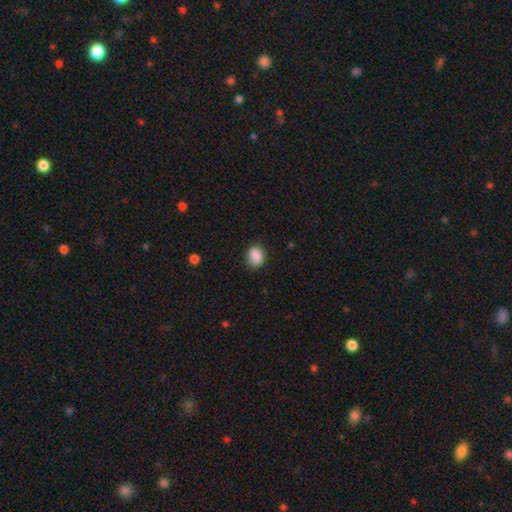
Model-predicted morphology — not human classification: This is clearly a smooth galaxy (88%). How rounded: possibly in between (50%). Merging: clearly none (82%).